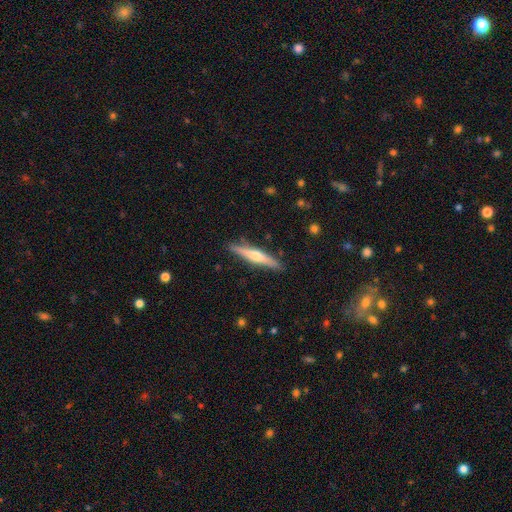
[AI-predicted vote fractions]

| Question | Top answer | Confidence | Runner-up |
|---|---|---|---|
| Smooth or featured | featured or disk | 56% | smooth (39%) |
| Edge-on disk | yes | 96% | no (4%) |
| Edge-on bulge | rounded | 86% | none (10%) |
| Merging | none | 89% | minor disturbance (8%) |